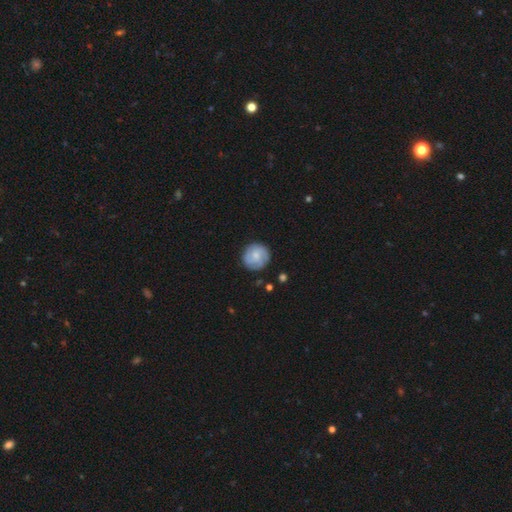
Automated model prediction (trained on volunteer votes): A smooth galaxy with no disk features (47%). Merging: none (82%).